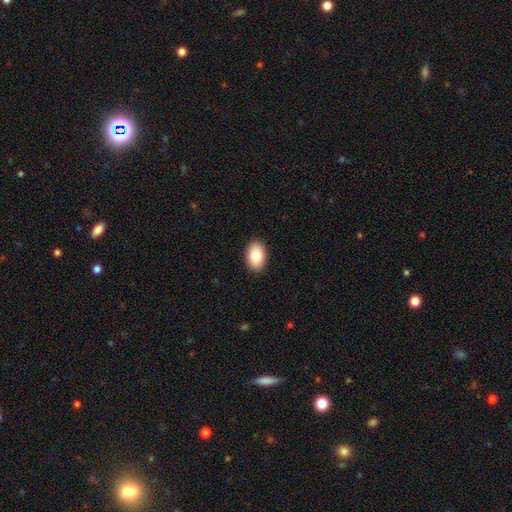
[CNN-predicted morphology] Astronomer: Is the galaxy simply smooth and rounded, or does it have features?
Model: smooth — 83%.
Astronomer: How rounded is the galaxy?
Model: in between — 89%.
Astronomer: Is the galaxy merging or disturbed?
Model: none — 91%.